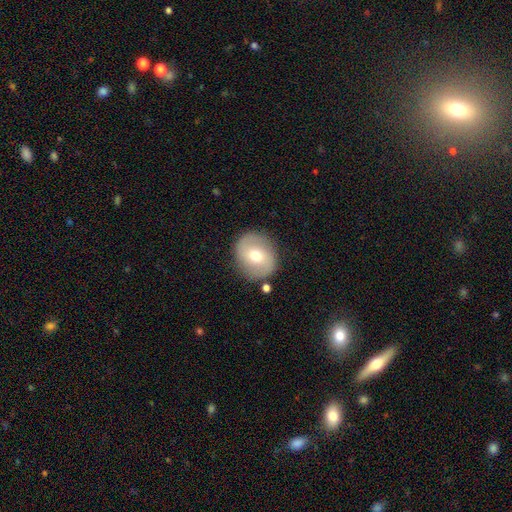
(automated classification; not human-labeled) smooth_or_featured: smooth (p=0.50) [alt: featured or disk p=0.42]
how_rounded: round (p=0.80) [alt: in between p=0.19]
merging: none (p=0.85) [alt: minor disturbance p=0.10]